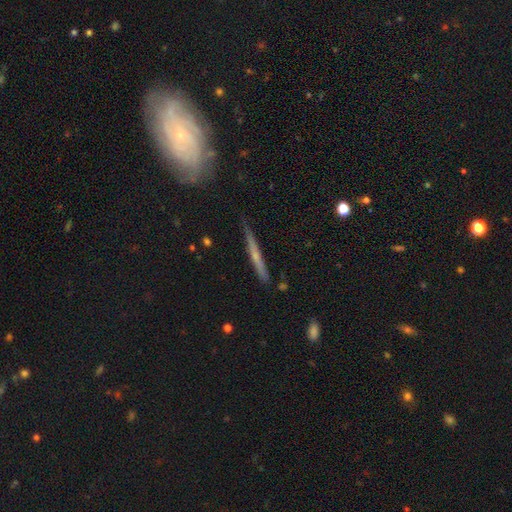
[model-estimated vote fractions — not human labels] A featured or disk galaxy (54%) viewed edge-on (95%) with no central bulge (53%).

Vote fractions:
- Smooth or featured? featured or disk: 54% / smooth: 38% / star or artifact: 8%
- Edge-on disk? yes: 95% / no: 5%
- Edge-on bulge? none: 53% / rounded: 42% / boxy: 5%
- Merging? none: 80% / minor disturbance: 16% / major disturbance: 2% / merger: 2%